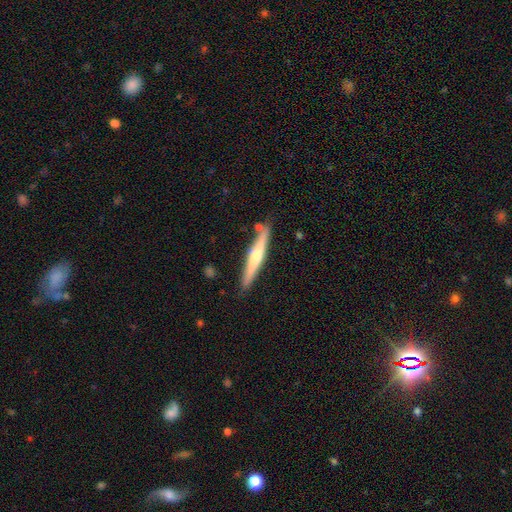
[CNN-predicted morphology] Overall: featured or disk (59%; smooth 35%). Edge-on disk: yes (96%). Edge-on bulge: rounded (84%). Merging: none (84%).